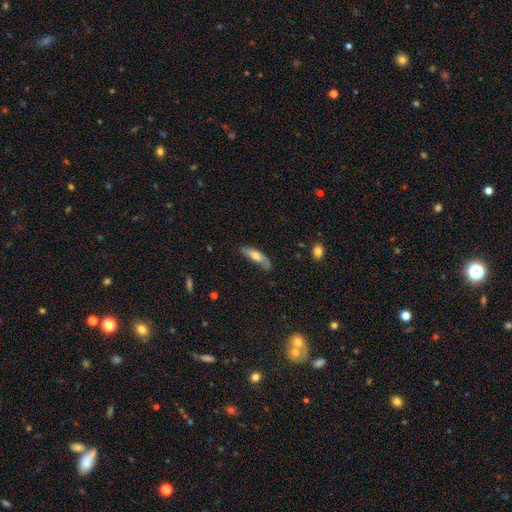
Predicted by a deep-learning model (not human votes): This is possibly a smooth galaxy (58%). How rounded: possibly cigar-shaped (52%). Merging: possibly none (53%).